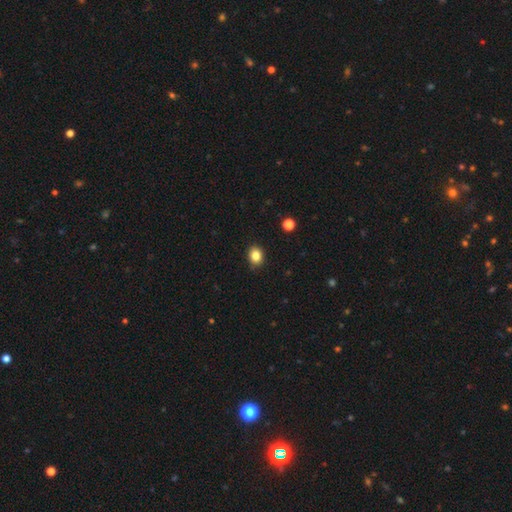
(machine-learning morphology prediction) The model was most divided on "how rounded": round: 52%, in between: 47%, cigar-shaped: 1%. More confident: merging — none (87%); smooth or featured — smooth (84%).